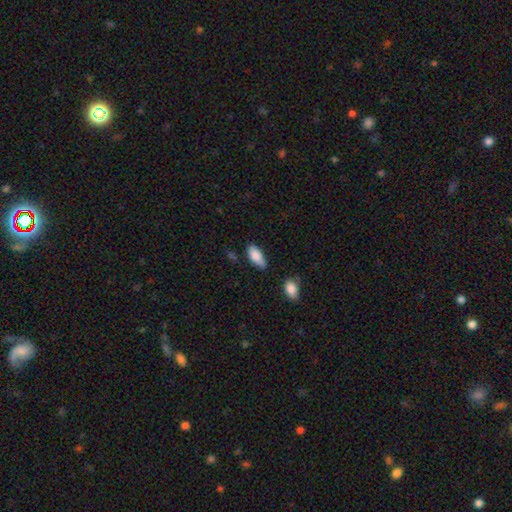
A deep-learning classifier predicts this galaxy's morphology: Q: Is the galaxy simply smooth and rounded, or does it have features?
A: smooth — 84%.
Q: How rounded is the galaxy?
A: in between — 87%.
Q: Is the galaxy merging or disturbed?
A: none — 69%.